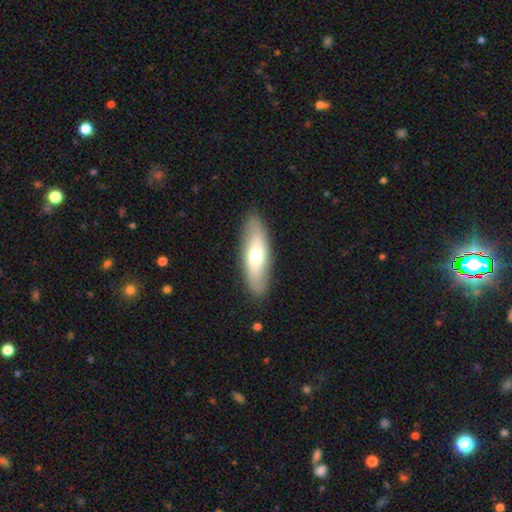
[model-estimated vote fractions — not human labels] A smooth galaxy with no disk features (55%) that is in between round and cigar-shaped (51%). Merging: none (87%).